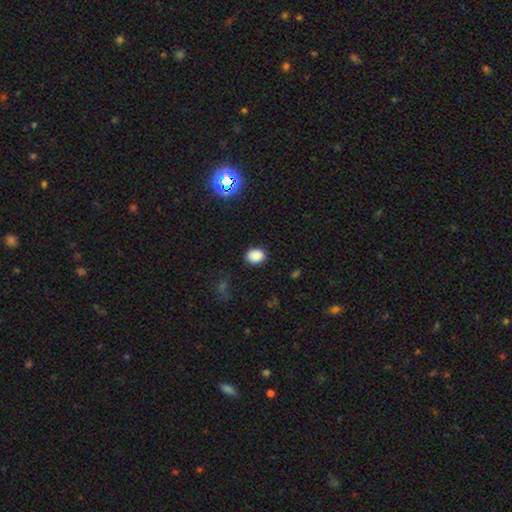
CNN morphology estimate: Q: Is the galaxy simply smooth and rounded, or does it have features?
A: smooth — 86%.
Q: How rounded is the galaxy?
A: in between — 55%.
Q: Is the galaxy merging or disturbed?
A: none — 87%.